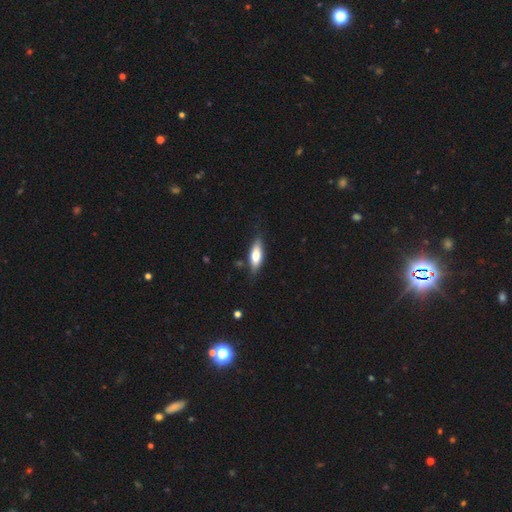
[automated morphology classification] type=smooth (69%); roundness=in between (60%); merging=none (78%).